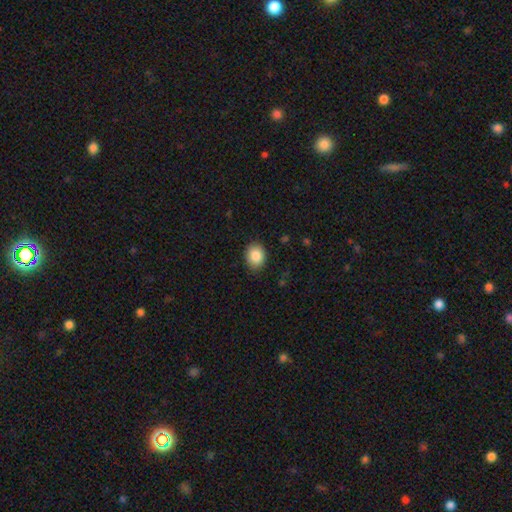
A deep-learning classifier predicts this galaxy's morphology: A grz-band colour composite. It shows a smooth galaxy with no disk features (87%) that is round (52%). Merging: none (85%).